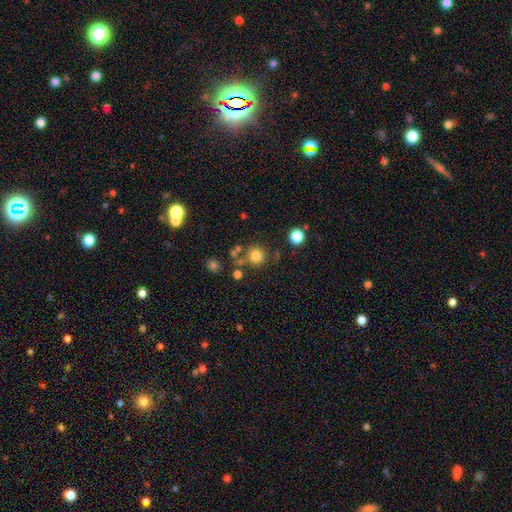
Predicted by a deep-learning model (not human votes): The model was most divided on "merging": none: 75%, merger: 11%, minor disturbance: 10%, major disturbance: 4%. More confident: how rounded — round (92%); smooth or featured — smooth (79%).